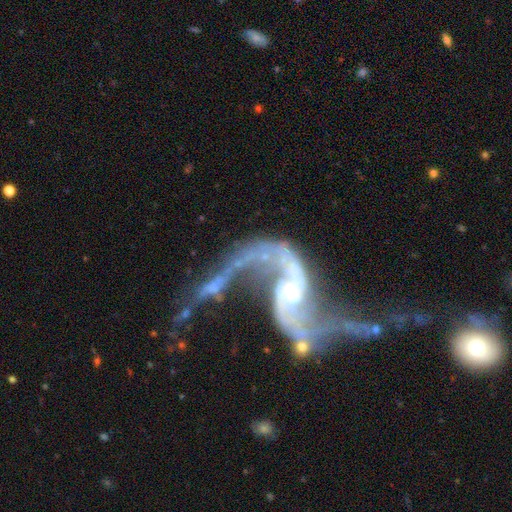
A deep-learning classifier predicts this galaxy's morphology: Smooth or featured: featured or disk — 89% (star or artifact — 7%)
Edge-on disk: no — 96% (yes — 4%)
Bar: no — 50% (weak — 34%)
Spiral arms: yes — 91% (no — 9%)
Spiral winding: loose — 87% (medium — 9%)
Spiral arm count: 2 — 88% (1 — 4%)
Bulge size: small — 59% (moderate — 23%)
Merging: merger — 40% (major disturbance — 27%)